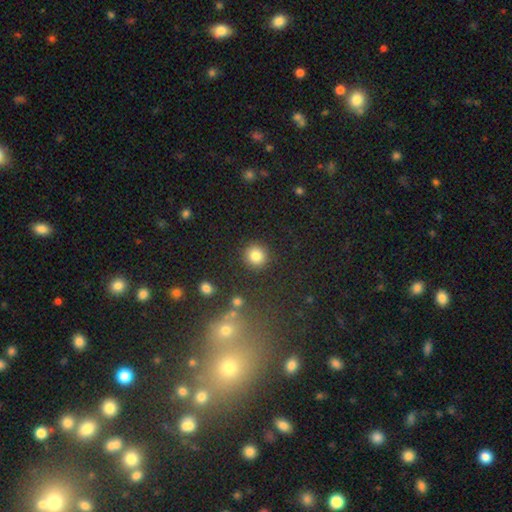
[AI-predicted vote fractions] smooth 83%, star or artifact 11%, featured or disk 6%. Down the decision tree: how rounded — round (92%); merging — none (88%).